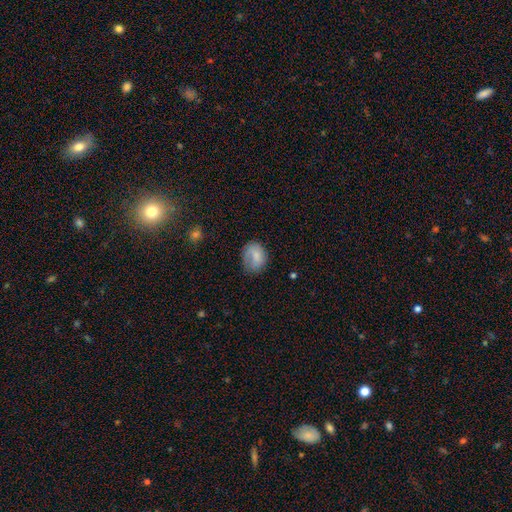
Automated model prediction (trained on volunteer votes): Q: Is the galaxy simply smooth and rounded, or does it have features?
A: smooth — 74%.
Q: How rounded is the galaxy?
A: in between — 51%.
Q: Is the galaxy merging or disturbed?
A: none — 60%.